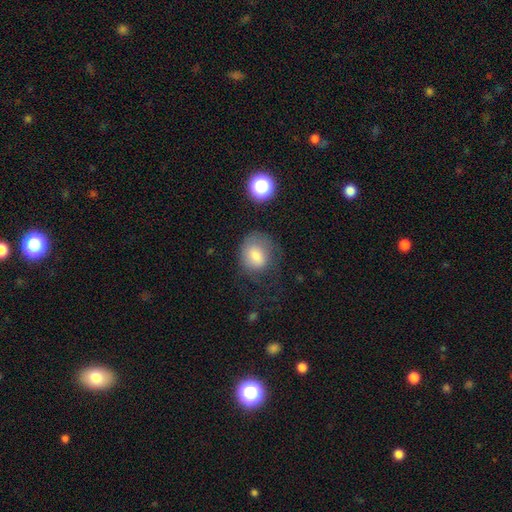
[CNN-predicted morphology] The model was most divided on "merging": none: 49%, major disturbance: 25%, minor disturbance: 23%, merger: 3%. More confident: smooth or featured — smooth (72%); how rounded — round (61%).